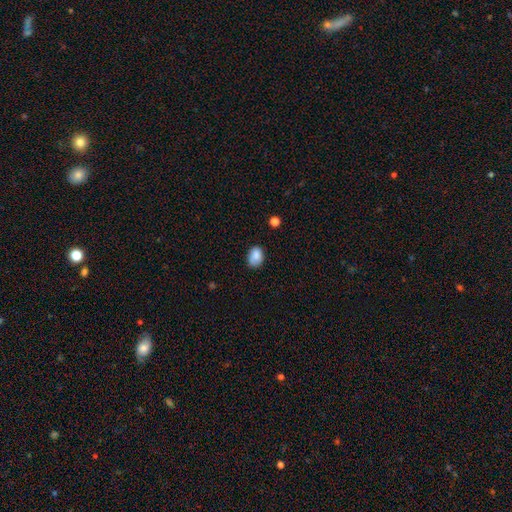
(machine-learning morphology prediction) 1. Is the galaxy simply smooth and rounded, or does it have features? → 84% smooth, 9% star or artifact, 8% featured or disk.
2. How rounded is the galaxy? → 73% in between, 26% round, 1% cigar-shaped.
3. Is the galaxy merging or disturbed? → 68% none, 24% minor disturbance, 5% major disturbance, 2% merger.